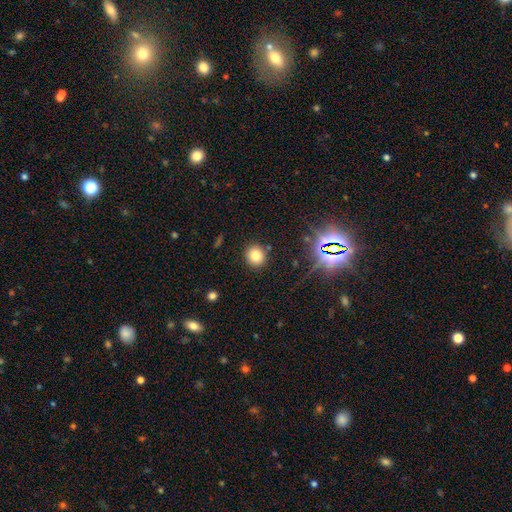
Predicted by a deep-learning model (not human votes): A smooth galaxy with no disk features (77%) that is round (87%).

Vote fractions:
- Smooth or featured? smooth: 77% / star or artifact: 15% / featured or disk: 8%
- How rounded? round: 87% / in between: 12% / cigar-shaped: 1%
- Merging? none: 89% / minor disturbance: 7% / merger: 2% / major disturbance: 2%